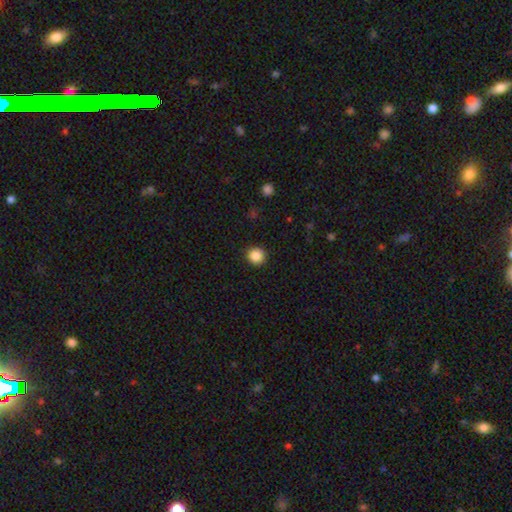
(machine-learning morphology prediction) type=smooth (87%); roundness=round (94%); merging=none (92%).